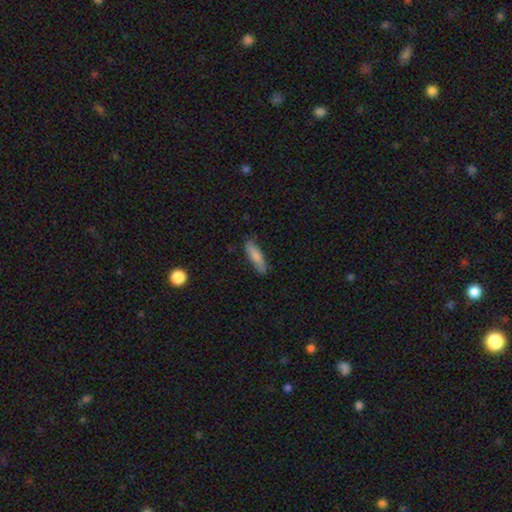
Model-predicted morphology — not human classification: Smooth or featured?
  - smooth: 80% *
  - featured or disk: 14%
  - star or artifact: 6%
How rounded?
  - cigar-shaped: 69% *
  - in between: 30%
  - round: 2%
Merging?
  - none: 78% *
  - minor disturbance: 18%
  - major disturbance: 3%
  - merger: 2%